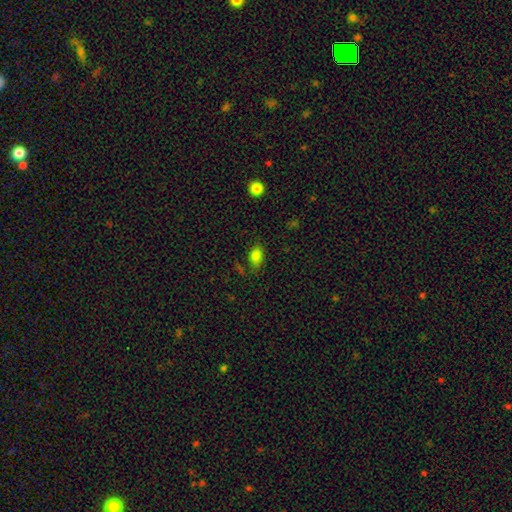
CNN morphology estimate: Smooth or featured: smooth — 81% (star or artifact — 13%)
How rounded: in between — 86% (round — 11%)
Merging: none — 74% (minor disturbance — 18%)